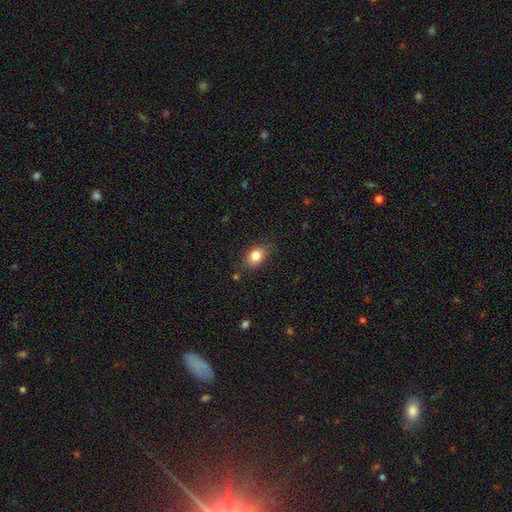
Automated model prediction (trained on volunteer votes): Overall: smooth (82%). How rounded: in between (75%). Merging: none (80%).